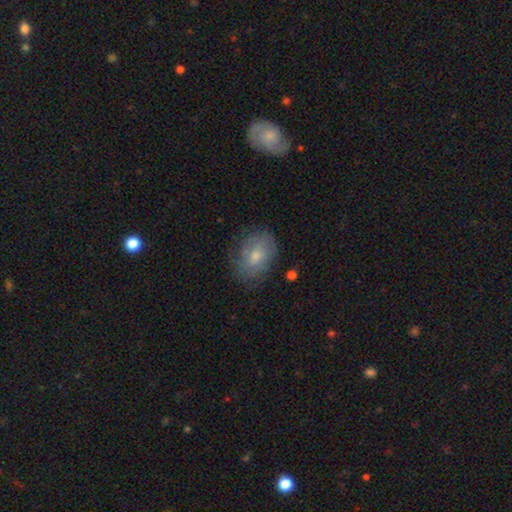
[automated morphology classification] A smooth galaxy with no disk features (62%) that is in between round and cigar-shaped (71%). Merging: none (74%).